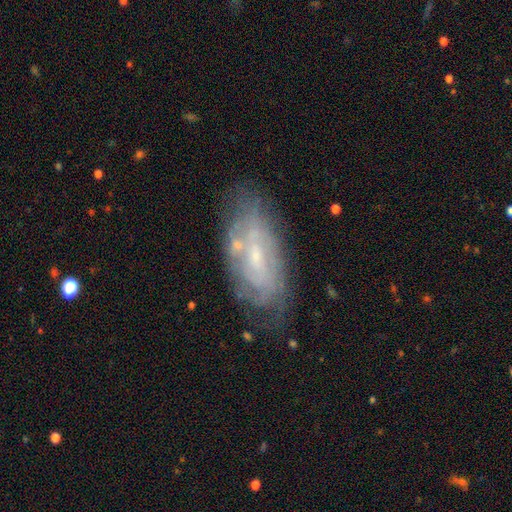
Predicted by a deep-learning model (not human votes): Smooth or featured?
  - featured or disk: 71% *
  - smooth: 21%
  - star or artifact: 8%
Edge-on disk?
  - no: 90% *
  - yes: 10%
Bar?
  - no: 46% *
  - weak: 43%
  - strong: 11%
Spiral arms?
  - yes: 75% *
  - no: 25%
Bulge size?
  - small: 62% *
  - moderate: 26%
  - none: 9%
  - large: 2%
  - dominant: 1%
Merging?
  - none: 67% *
  - minor disturbance: 22%
  - major disturbance: 8%
  - merger: 3%